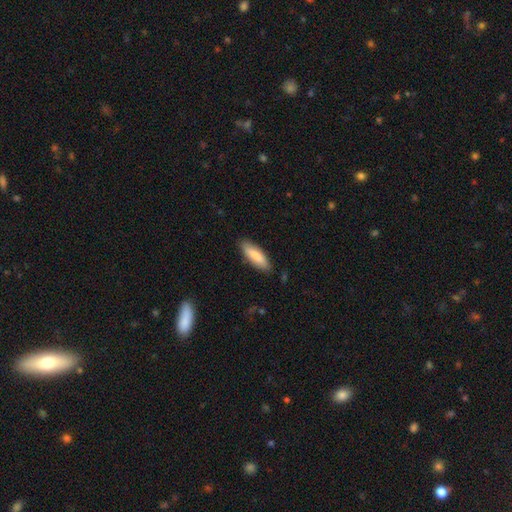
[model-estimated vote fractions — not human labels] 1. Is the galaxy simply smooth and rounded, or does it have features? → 81% smooth, 14% featured or disk, 6% star or artifact.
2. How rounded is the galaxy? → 51% in between, 47% cigar-shaped, 1% round.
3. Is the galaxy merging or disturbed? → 85% none, 11% minor disturbance, 2% major disturbance, 1% merger.